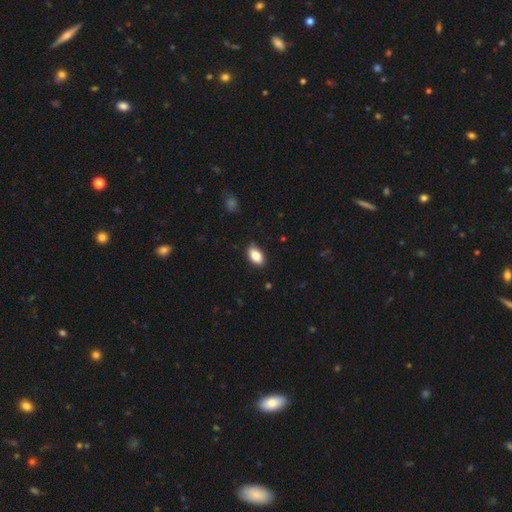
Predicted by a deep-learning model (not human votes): smooth 84%, featured or disk 8%, star or artifact 7%. Down the decision tree: how rounded — in between (91%); merging — none (84%).